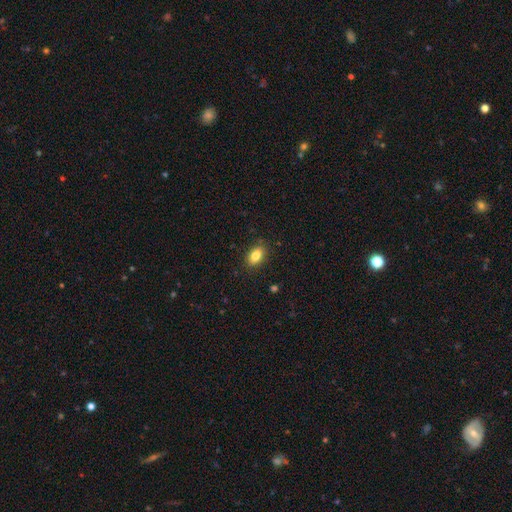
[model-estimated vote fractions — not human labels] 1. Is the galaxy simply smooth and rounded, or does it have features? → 83% smooth, 9% star or artifact, 8% featured or disk.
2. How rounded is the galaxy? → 86% in between, 11% round, 2% cigar-shaped.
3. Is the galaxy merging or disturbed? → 87% none, 10% minor disturbance, 2% major disturbance, 1% merger.